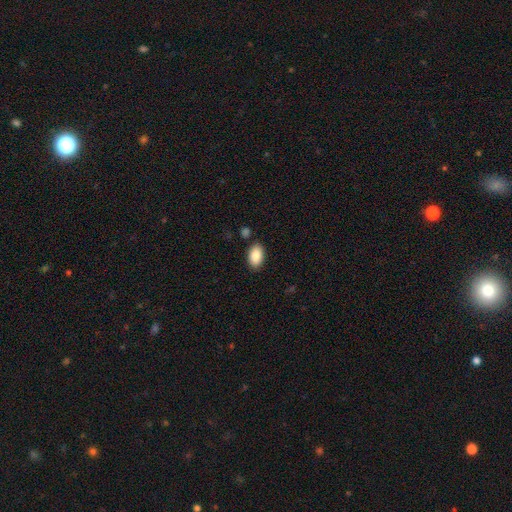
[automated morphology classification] Smooth or featured: smooth — 88% (star or artifact — 7%)
How rounded: in between — 93% (round — 6%)
Merging: none — 85% (minor disturbance — 9%)